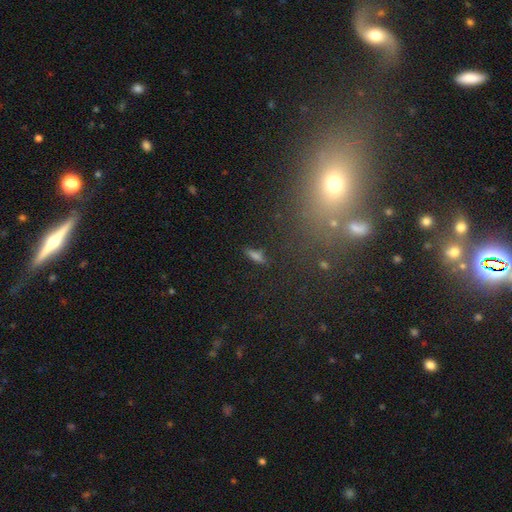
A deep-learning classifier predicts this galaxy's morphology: Overall: smooth (62%). How rounded: cigar-shaped (52%; in between 41%). Merging: none (77%).